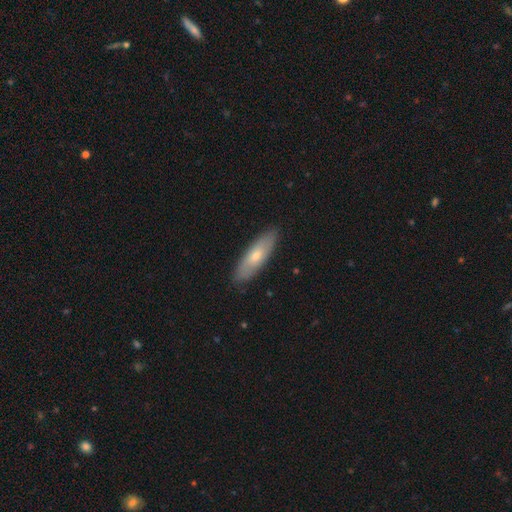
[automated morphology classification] Q: Smooth or featured?
A: smooth (60%); runner-up: featured or disk (34%)
Q: How rounded?
A: cigar-shaped (49%); tied with: in between (49%)
Q: Merging?
A: none (88%); runner-up: minor disturbance (9%)